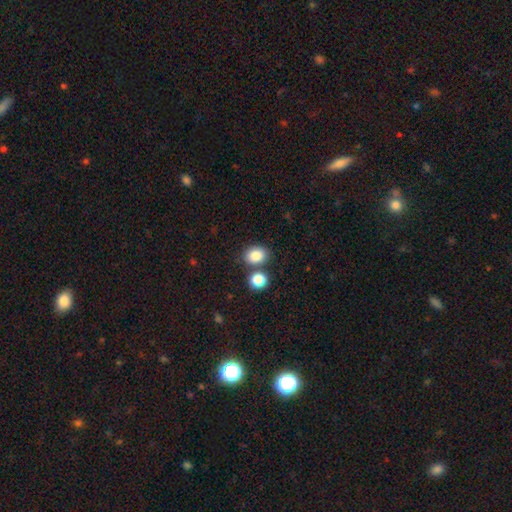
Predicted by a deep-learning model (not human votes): smooth 85%, star or artifact 9%, featured or disk 6%. Down the decision tree: how rounded — in between (56%); merging — none (68%).